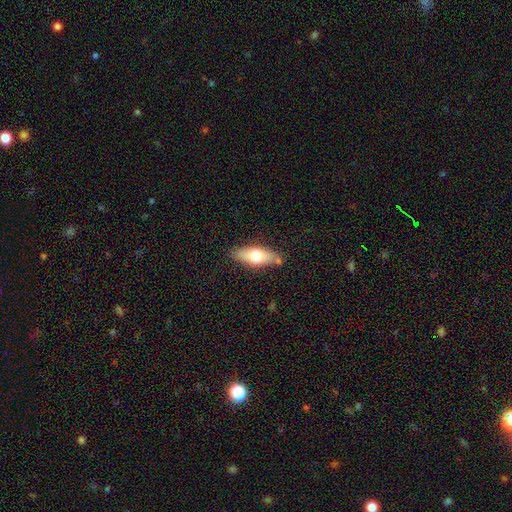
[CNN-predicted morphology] type=smooth (63%); roundness=in between (69%); merging=none (78%).